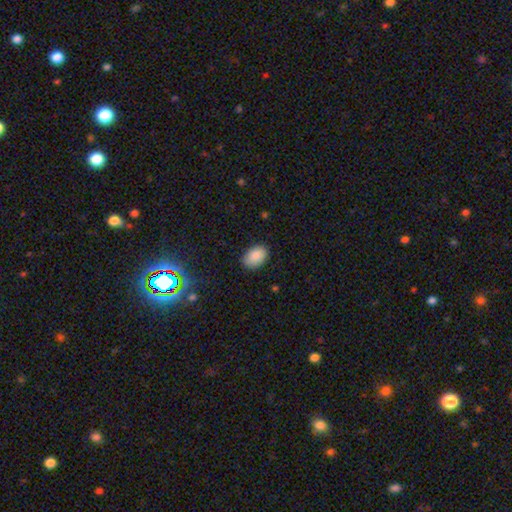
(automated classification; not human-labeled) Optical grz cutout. It shows a smooth galaxy with no disk features (88%) that is in between round and cigar-shaped (86%). Merging: none (83%).